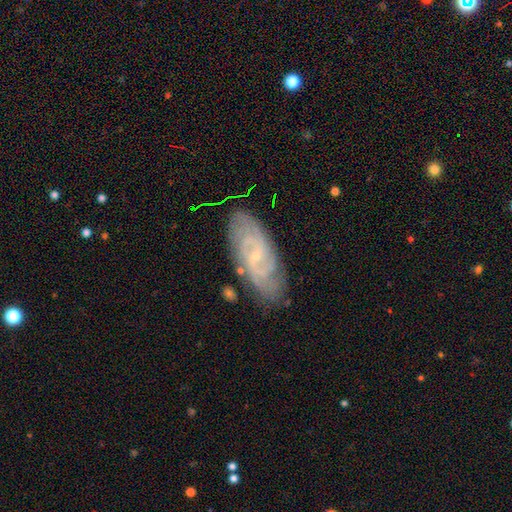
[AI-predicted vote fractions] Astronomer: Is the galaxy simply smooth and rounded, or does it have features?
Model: featured or disk — 85%.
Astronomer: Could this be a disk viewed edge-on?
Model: no — 93%.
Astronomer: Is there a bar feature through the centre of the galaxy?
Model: no — 47% (runner-up: weak, 43%).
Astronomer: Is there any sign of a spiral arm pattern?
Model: yes — 97%.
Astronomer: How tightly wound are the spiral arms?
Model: tight — 60%.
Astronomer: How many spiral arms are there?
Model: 2 — 37% (runner-up: can't tell, 24%).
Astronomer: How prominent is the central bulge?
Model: small — 82%.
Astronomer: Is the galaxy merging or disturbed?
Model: none — 79%.